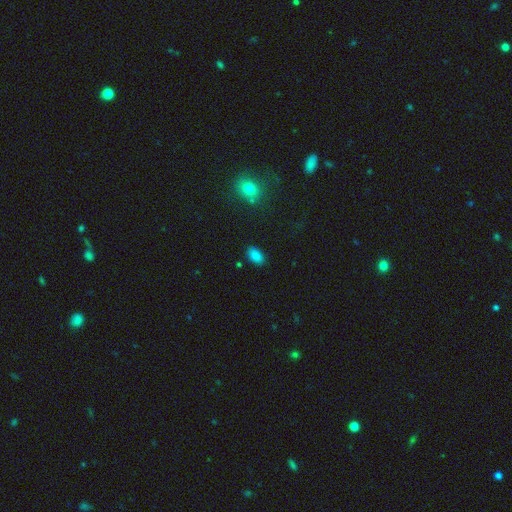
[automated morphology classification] Smooth or featured: smooth — 85% (star or artifact — 11%)
How rounded: in between — 92% (round — 6%)
Merging: none — 86% (minor disturbance — 10%)